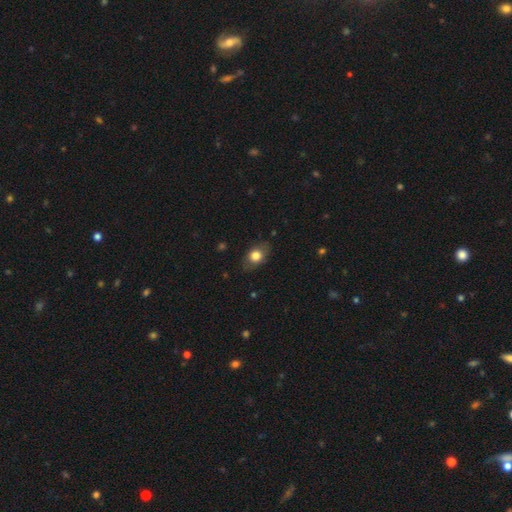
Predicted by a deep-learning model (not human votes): This appears to be a smooth galaxy with no disk features (75%) that is in between round and cigar-shaped (75%). Merging: none (78%).